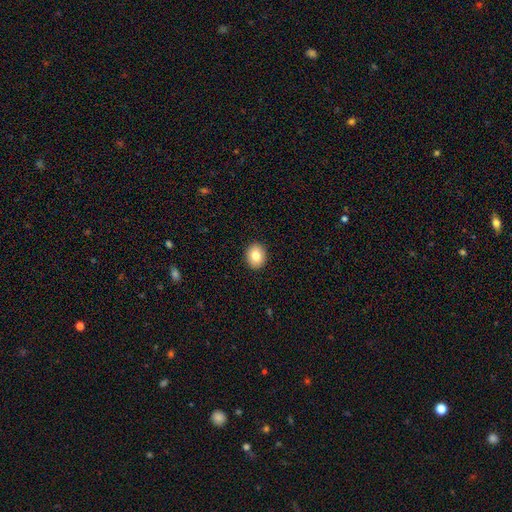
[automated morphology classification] This is clearly a smooth galaxy (83%). How rounded: possibly round (57%). Merging: clearly none (91%).